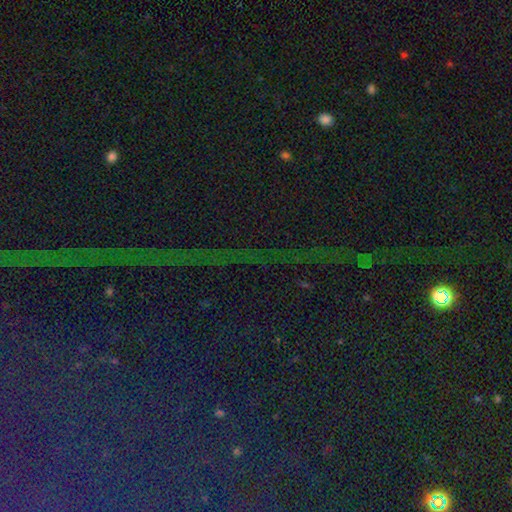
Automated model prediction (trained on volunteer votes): A star or artifact, not a galaxy (83%).

Vote fractions:
- Smooth or featured? star or artifact: 83% / featured or disk: 9% / smooth: 9%